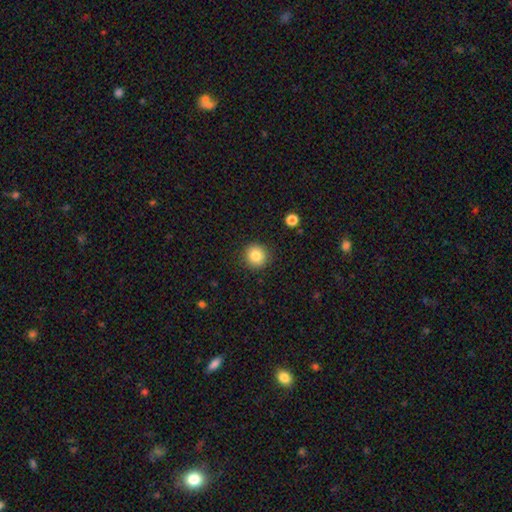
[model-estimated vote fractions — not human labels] A smooth galaxy with no disk features (83%) that is round (92%).

Vote fractions:
- Smooth or featured? smooth: 83% / star or artifact: 10% / featured or disk: 7%
- How rounded? round: 92% / in between: 7% / cigar-shaped: 1%
- Merging? none: 91% / minor disturbance: 6% / major disturbance: 2% / merger: 1%